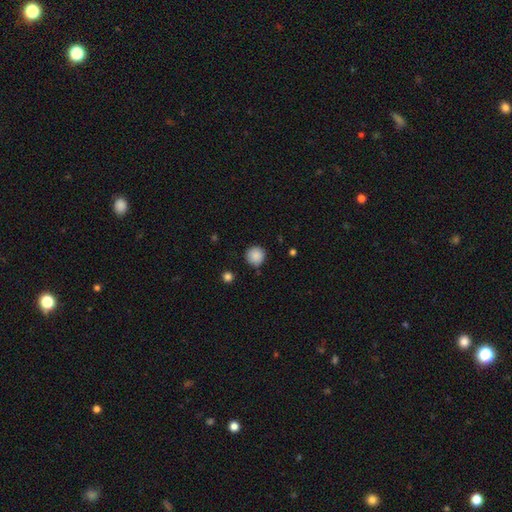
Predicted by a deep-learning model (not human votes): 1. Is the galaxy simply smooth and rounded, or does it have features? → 88% smooth, 9% star or artifact, 3% featured or disk.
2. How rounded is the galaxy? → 94% round, 5% in between, 1% cigar-shaped.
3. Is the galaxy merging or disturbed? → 85% none, 10% minor disturbance, 2% major disturbance, 2% merger.